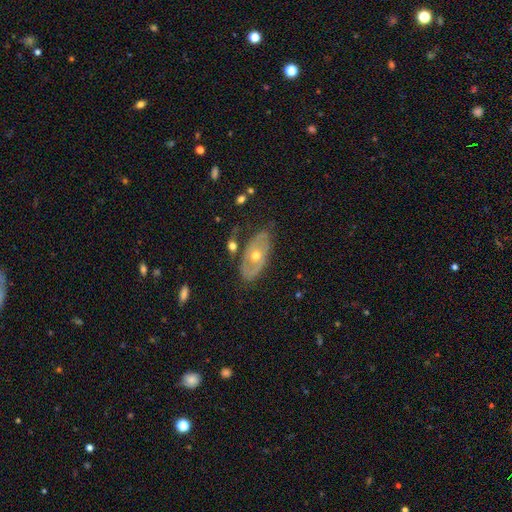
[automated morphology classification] Smooth or featured?
  - featured or disk: 68% *
  - smooth: 24%
  - star or artifact: 8%
Edge-on disk?
  - no: 89% *
  - yes: 11%
Bar?
  - no: 82% *
  - weak: 14%
  - strong: 4%
Spiral arms?
  - yes: 53% *
  - no: 47%
Bulge size?
  - moderate: 68% *
  - small: 28%
  - large: 3%
  - none: 1%
  - dominant: 1%
Merging?
  - none: 71% *
  - minor disturbance: 19%
  - major disturbance: 7%
  - merger: 4%